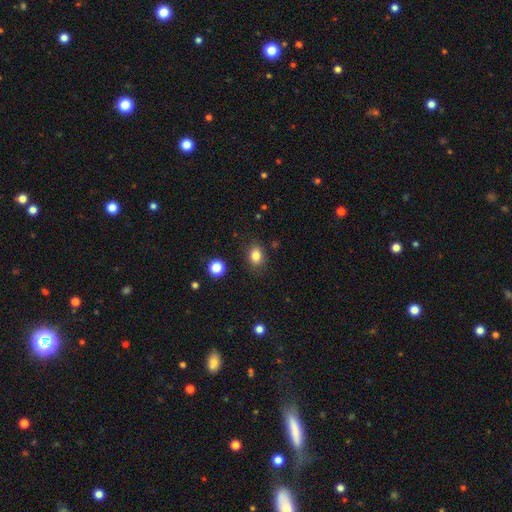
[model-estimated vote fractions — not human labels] smooth_or_featured: smooth (p=0.83) [alt: star or artifact p=0.11]
how_rounded: in between (p=0.66) [alt: round p=0.33]
merging: none (p=0.84) [alt: minor disturbance p=0.11]